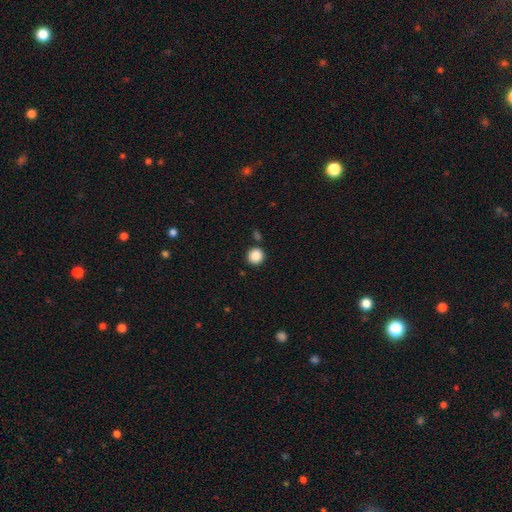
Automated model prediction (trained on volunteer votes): Smooth or featured? Predicted: smooth (p=0.87). How rounded? Predicted: round (p=0.93). Merging? Predicted: none (p=0.87).